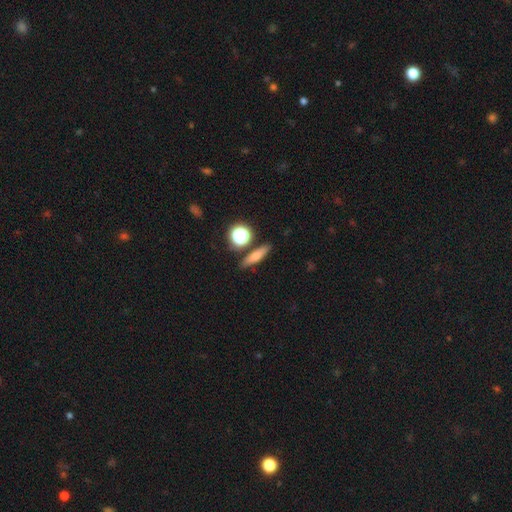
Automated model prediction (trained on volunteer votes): Smooth or featured?
  - smooth: 64% *
  - featured or disk: 24%
  - star or artifact: 12%
How rounded?
  - cigar-shaped: 63% *
  - in between: 23%
  - round: 15%
Merging?
  - none: 81% *
  - minor disturbance: 10%
  - merger: 6%
  - major disturbance: 3%